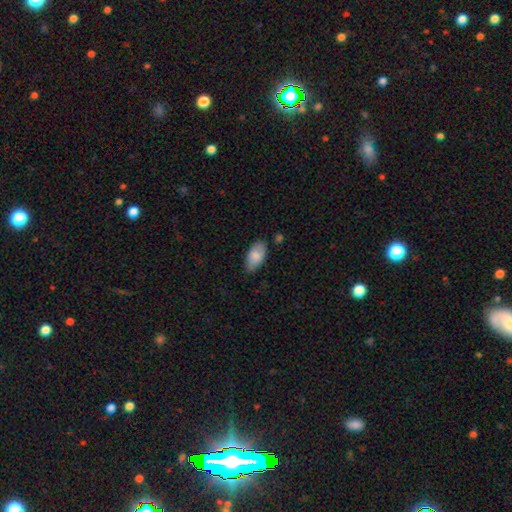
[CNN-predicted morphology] Smooth or featured? Predicted: smooth (p=0.79). How rounded? Predicted: in between (p=0.94). Merging? Predicted: none (p=0.76).